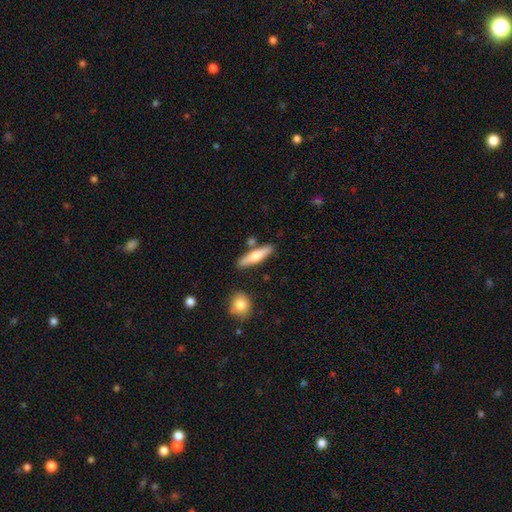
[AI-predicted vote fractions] A smooth galaxy with no disk features (59%) that is cigar-shaped (76%). Merging: none (81%).